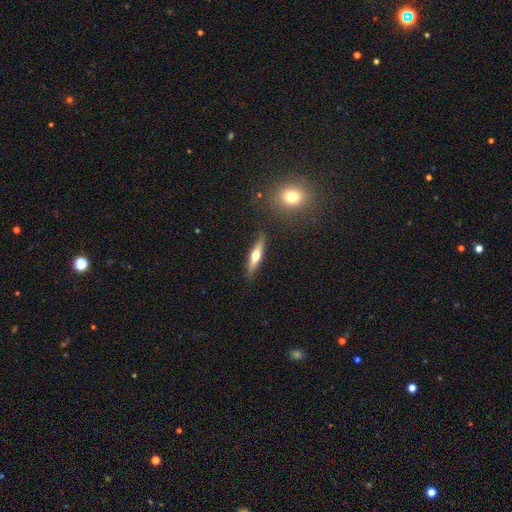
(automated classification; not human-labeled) Smooth or featured? Predicted: featured or disk (p=0.51). Edge-on disk? Predicted: yes (p=0.92). Merging? Predicted: none (p=0.87).